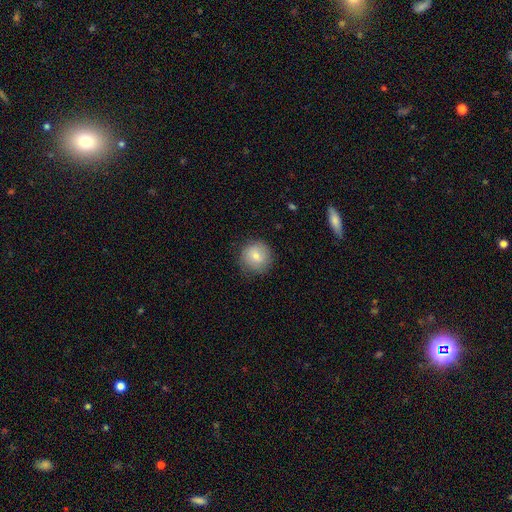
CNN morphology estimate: smooth 74%, featured or disk 18%, star or artifact 8%. Down the decision tree: how rounded — round (93%); merging — none (82%).